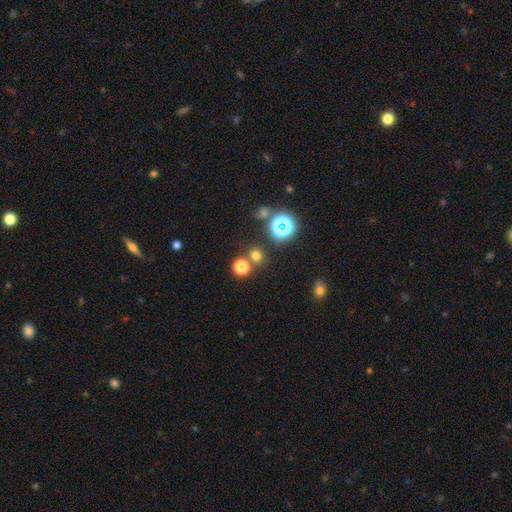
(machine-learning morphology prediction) Overall: smooth (65%; star or artifact 29%). How rounded: round (89%). Merging: none (75%).